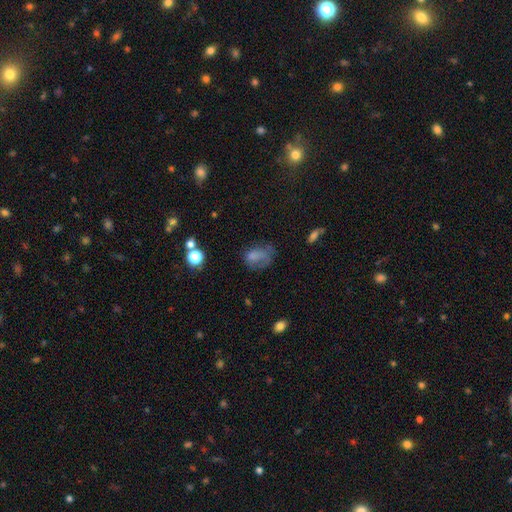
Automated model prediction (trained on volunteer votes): Smooth or featured?
  - smooth: 66% *
  - featured or disk: 19%
  - star or artifact: 15%
How rounded?
  - in between: 73% *
  - round: 25%
  - cigar-shaped: 2%
Merging?
  - none: 37% *
  - major disturbance: 32%
  - minor disturbance: 28%
  - merger: 4%